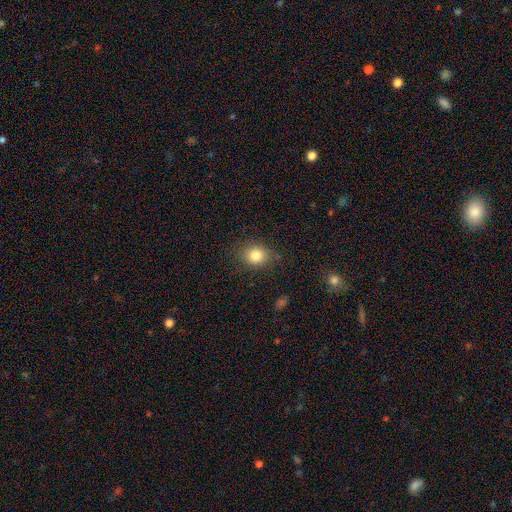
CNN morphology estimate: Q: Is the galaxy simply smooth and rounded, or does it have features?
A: smooth — 82%.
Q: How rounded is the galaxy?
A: round — 67%.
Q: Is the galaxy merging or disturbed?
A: none — 82%.